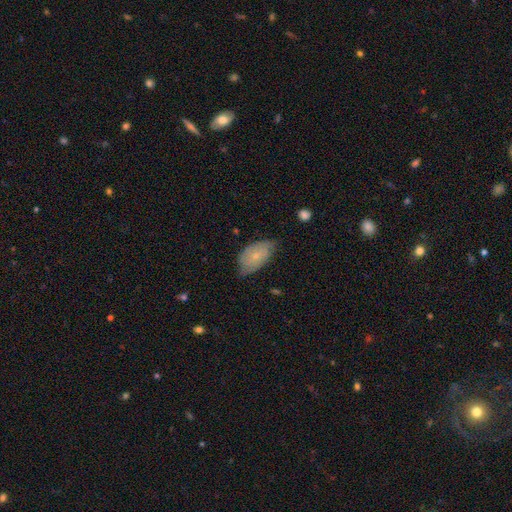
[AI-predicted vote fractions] smooth_or_featured: smooth (p=0.56) [alt: featured or disk p=0.37]
how_rounded: in between (p=0.92) [alt: round p=0.05]
merging: none (p=0.57) [alt: minor disturbance p=0.35]